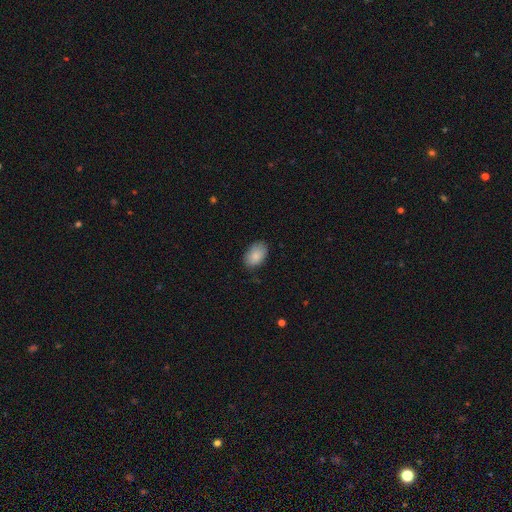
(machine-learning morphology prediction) type=smooth (86%); roundness=in between (88%); merging=none (79%).